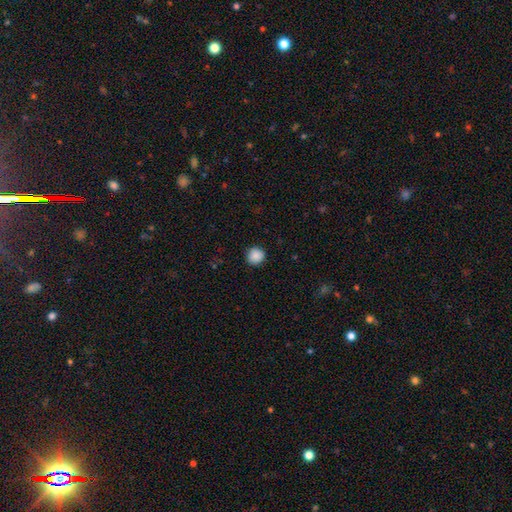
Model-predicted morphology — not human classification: This is clearly a smooth galaxy (89%). How rounded: clearly round (93%). Merging: clearly none (91%).